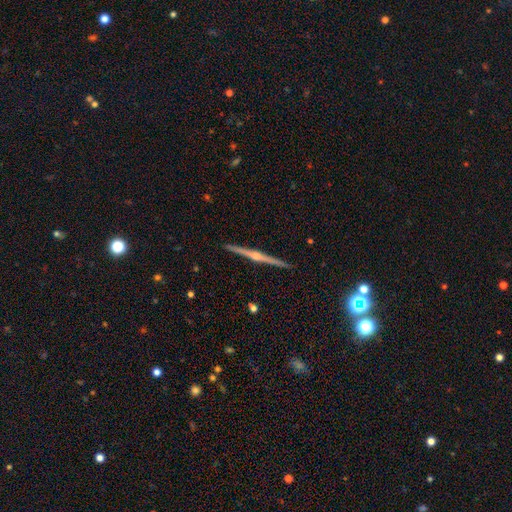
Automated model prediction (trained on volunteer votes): Smooth or featured? featured or disk (85%)
Edge-on disk? yes (99%)
Edge-on bulge? rounded (87%)
Merging? none (93%)